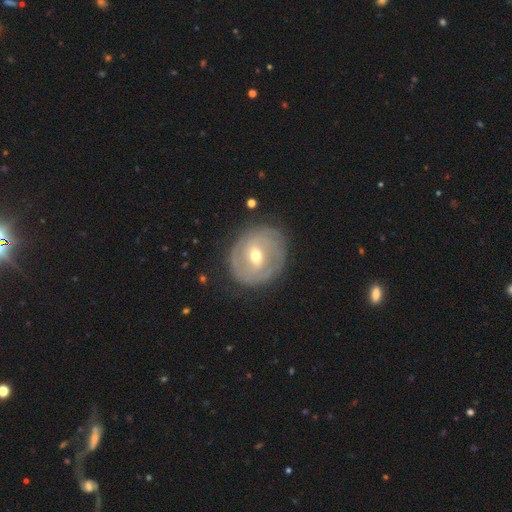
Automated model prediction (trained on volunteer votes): Smooth or featured? Predicted: featured or disk (p=0.77). Edge-on disk? Predicted: no (p=0.96). Bar? Predicted: weak (p=0.51). Spiral arms? Predicted: yes (p=0.81). Spiral winding? Predicted: tight (p=0.71). Spiral arm count? Predicted: can't tell (p=0.39). Bulge size? Predicted: moderate (p=0.63). Merging? Predicted: none (p=0.79).